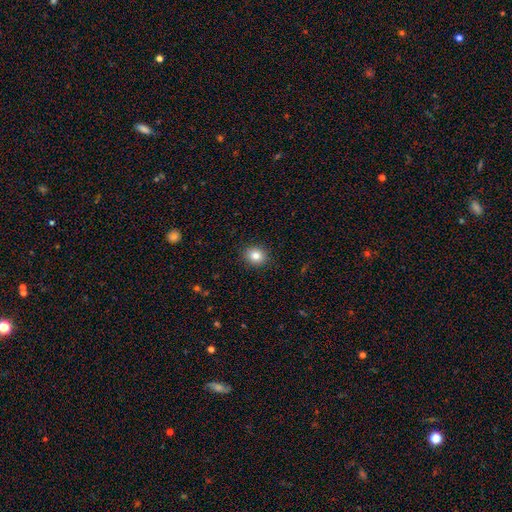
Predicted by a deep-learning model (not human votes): The model was most divided on "how rounded": round: 72%, in between: 27%, cigar-shaped: 1%. More confident: merging — none (91%); smooth or featured — smooth (83%).